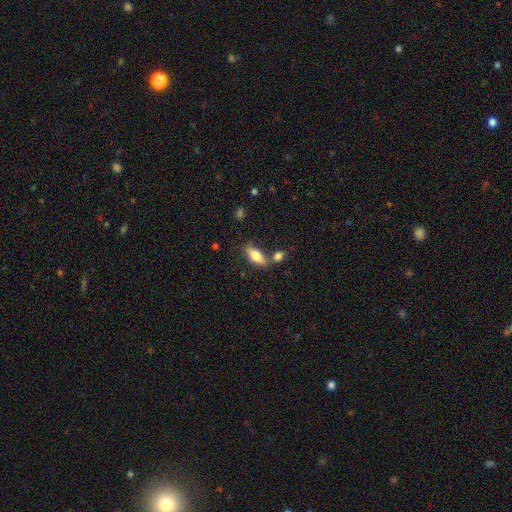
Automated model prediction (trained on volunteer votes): Overall: smooth (69%). How rounded: in between (72%). Merging: none (59%; merger 22%).